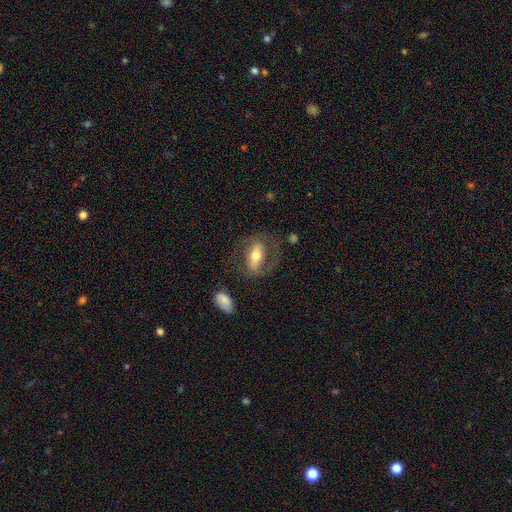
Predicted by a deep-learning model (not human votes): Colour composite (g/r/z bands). It shows a featured or disk galaxy (57%). Merging: none (61%).